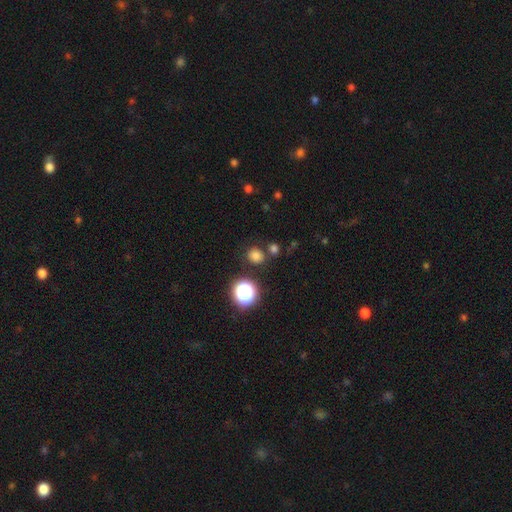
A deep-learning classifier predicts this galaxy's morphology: Q: Smooth or featured?
A: smooth (75%); runner-up: star or artifact (20%)
Q: How rounded?
A: round (84%); runner-up: in between (15%)
Q: Merging?
A: none (79%); runner-up: minor disturbance (9%)